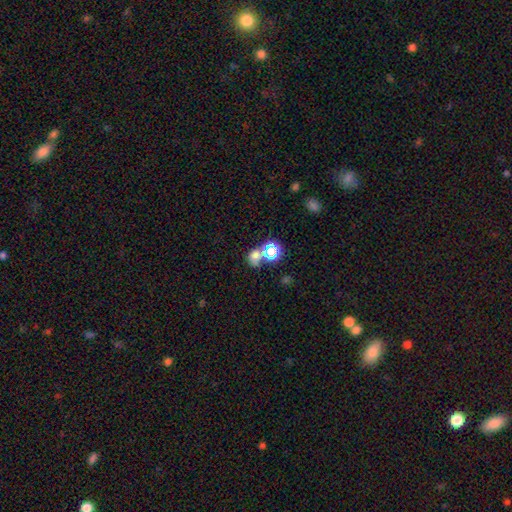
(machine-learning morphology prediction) Overall: smooth (56%; star or artifact 34%). How rounded: round (63%; in between 36%). Merging: none (46%; merger 35%).